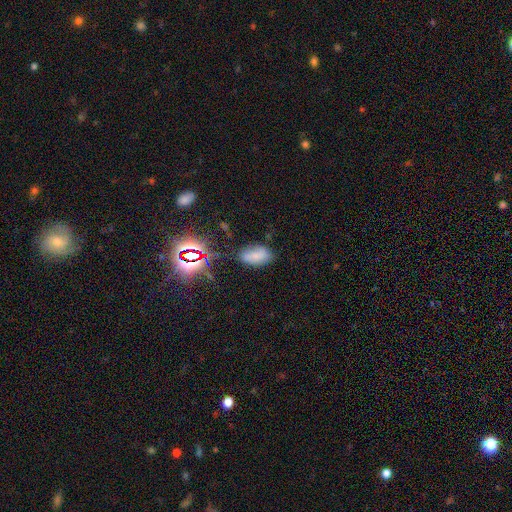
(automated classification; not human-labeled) A smooth galaxy with no disk features (67%) that is in between round and cigar-shaped (92%).

Vote fractions:
- Smooth or featured? smooth: 67% / star or artifact: 19% / featured or disk: 15%
- How rounded? in between: 92% / round: 5% / cigar-shaped: 3%
- Merging? none: 67% / minor disturbance: 22% / major disturbance: 6% / merger: 4%